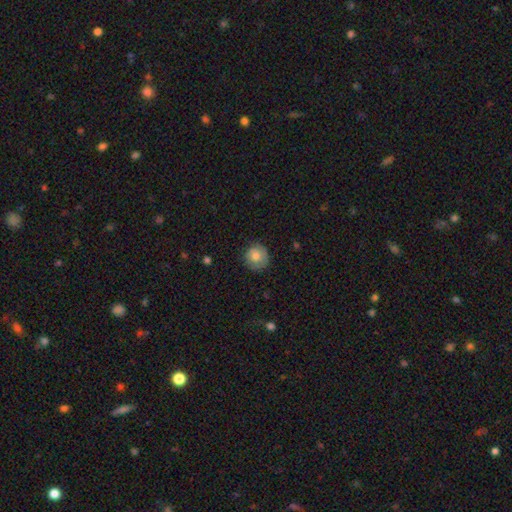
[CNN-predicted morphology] Smooth or featured?
  - smooth: 78% *
  - featured or disk: 14%
  - star or artifact: 8%
How rounded?
  - round: 89% *
  - in between: 10%
  - cigar-shaped: 1%
Merging?
  - none: 76% *
  - minor disturbance: 19%
  - major disturbance: 4%
  - merger: 1%